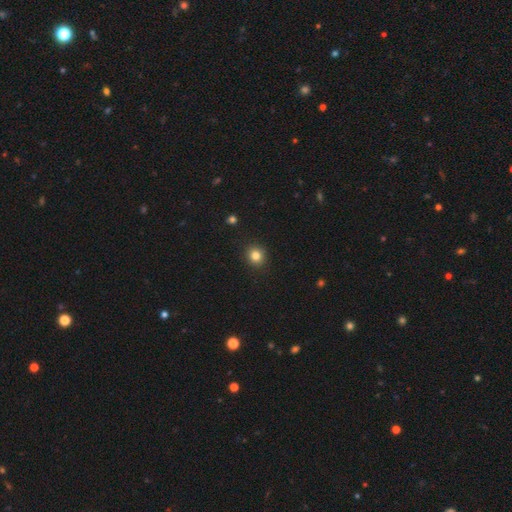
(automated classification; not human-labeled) Smooth or featured? smooth (83%)
How rounded? round (87%)
Merging? none (92%)